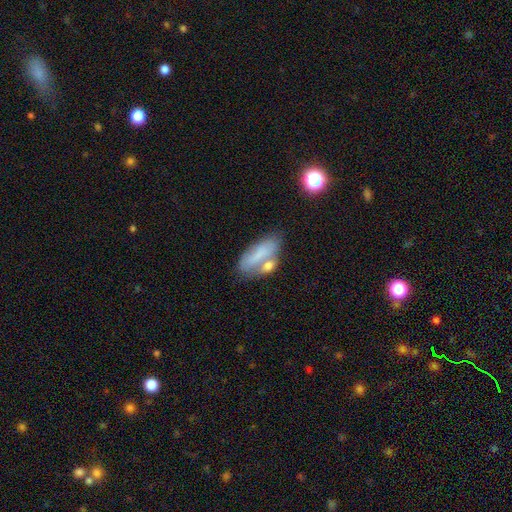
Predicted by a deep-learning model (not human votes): Smooth or featured: smooth — 67% (featured or disk — 26%)
How rounded: in between — 82% (cigar-shaped — 14%)
Merging: merger — 40% (none — 33%)